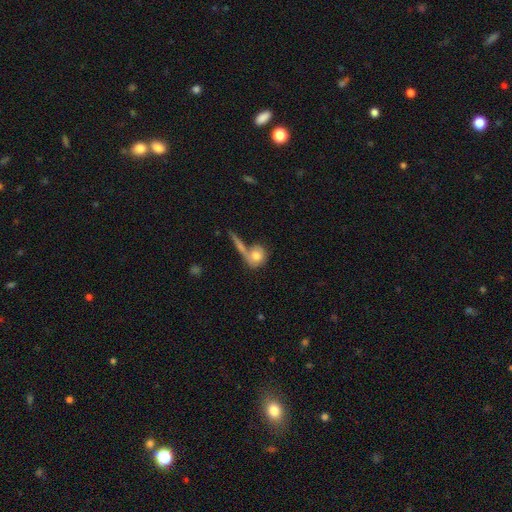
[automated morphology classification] A smooth galaxy with no disk features (71%) that is round (73%). Merging: none (46%).